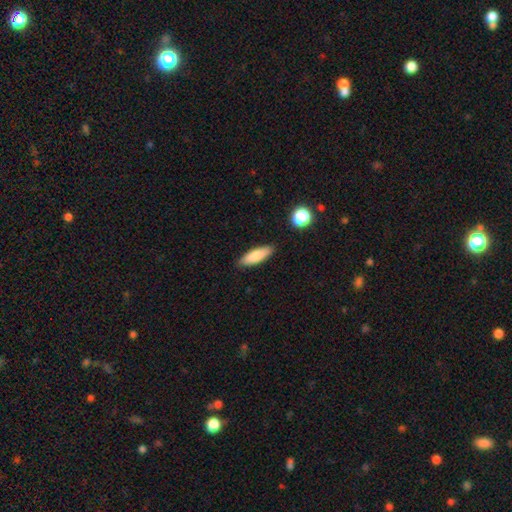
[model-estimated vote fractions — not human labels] The model was most divided on "how rounded": in between: 50%, cigar-shaped: 48%, round: 2%. More confident: merging — none (86%); smooth or featured — smooth (82%).